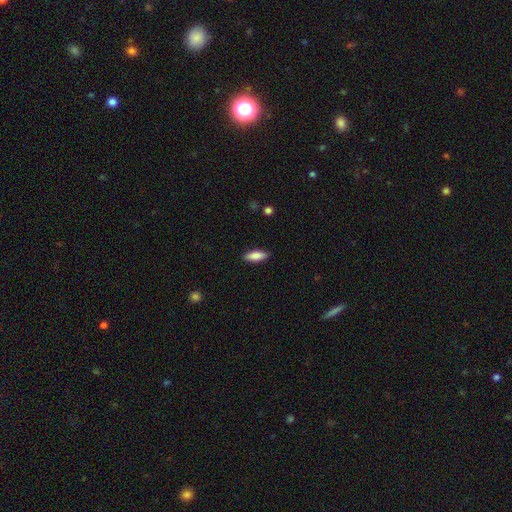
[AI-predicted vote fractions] Smooth or featured: smooth — 85% (featured or disk — 9%)
How rounded: in between — 68% (cigar-shaped — 30%)
Merging: none — 88% (minor disturbance — 9%)